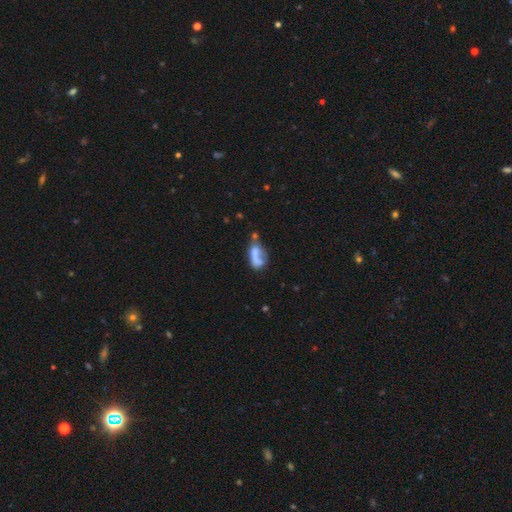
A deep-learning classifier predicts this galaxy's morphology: Overall: smooth (57%; featured or disk 32%). How rounded: in between (83%). Merging: merger (36%; none 23%).